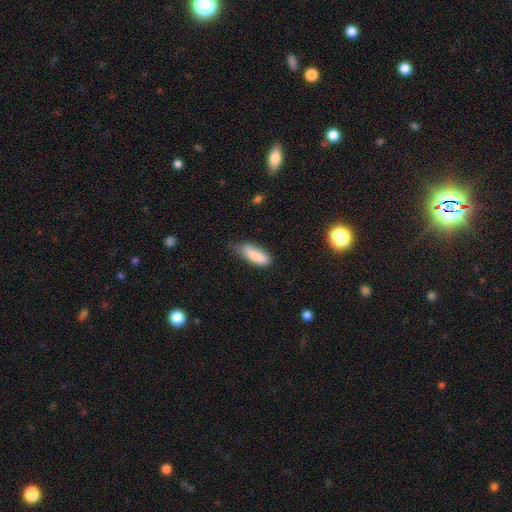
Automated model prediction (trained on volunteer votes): Smooth or featured: smooth — 86% (featured or disk — 8%)
How rounded: in between — 64% (cigar-shaped — 34%)
Merging: none — 46% (minor disturbance — 40%)